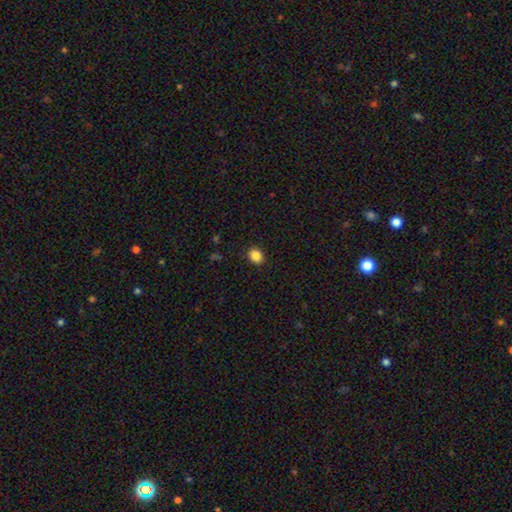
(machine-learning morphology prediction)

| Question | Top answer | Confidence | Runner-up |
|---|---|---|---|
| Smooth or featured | smooth | 86% | star or artifact (10%) |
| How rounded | round | 59% | in between (40%) |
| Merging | none | 89% | minor disturbance (7%) |